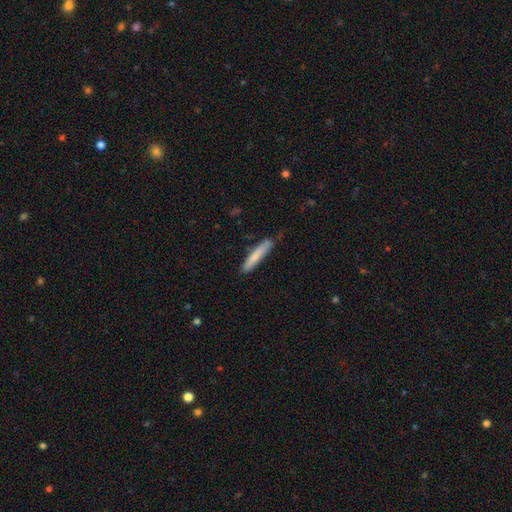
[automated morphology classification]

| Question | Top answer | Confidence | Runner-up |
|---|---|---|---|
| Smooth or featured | smooth | 77% | featured or disk (18%) |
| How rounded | cigar-shaped | 93% | in between (6%) |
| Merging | none | 83% | minor disturbance (13%) |